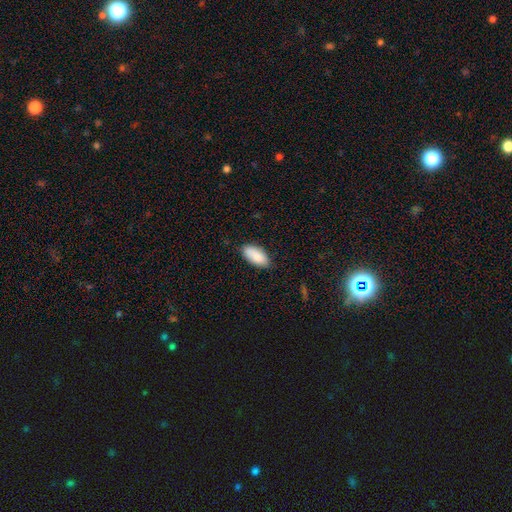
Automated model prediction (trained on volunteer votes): A smooth galaxy with no disk features (89%) that is in between round and cigar-shaped (92%). Merging: none (81%).